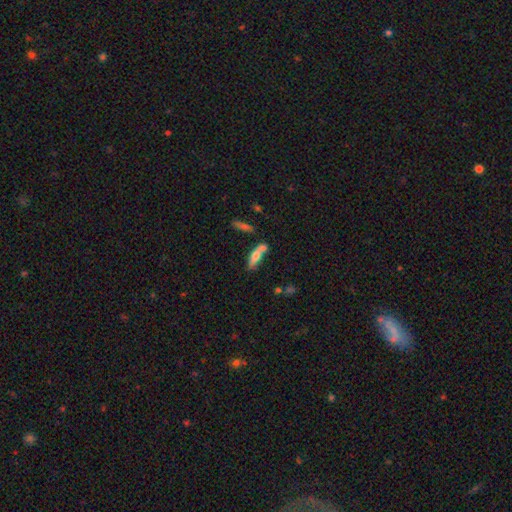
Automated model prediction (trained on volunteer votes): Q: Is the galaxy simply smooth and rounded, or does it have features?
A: smooth — 52%.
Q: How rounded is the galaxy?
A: cigar-shaped — 59%.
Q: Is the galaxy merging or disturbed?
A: none — 49%.